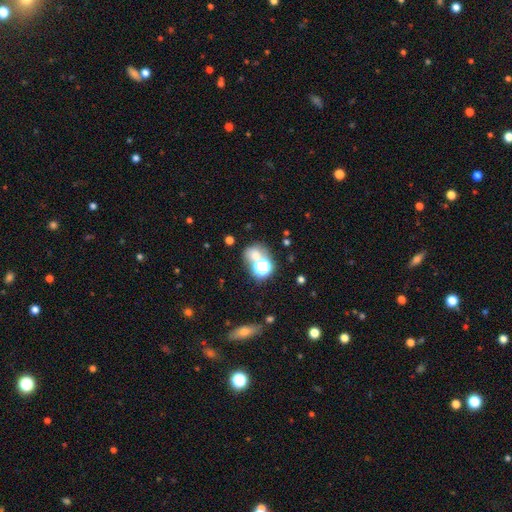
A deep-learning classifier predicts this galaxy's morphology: This appears to be a smooth galaxy with no disk features (57%) that is round (71%). Merging: none (52%).